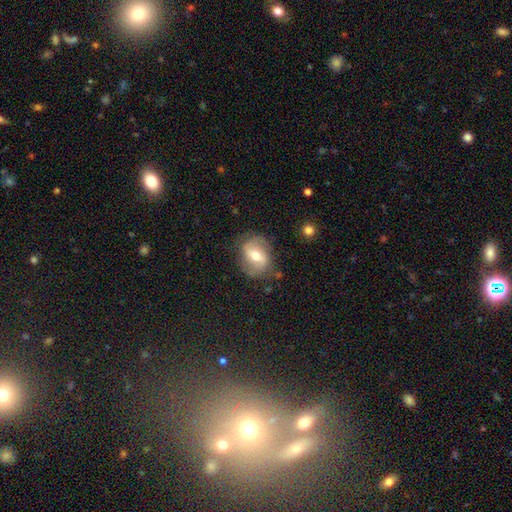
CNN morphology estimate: type=featured or disk (58%); edge-on=no (94%); bar=weak (44%); spiral arms=yes (73%); bulge=moderate (69%); merging=none (75%).